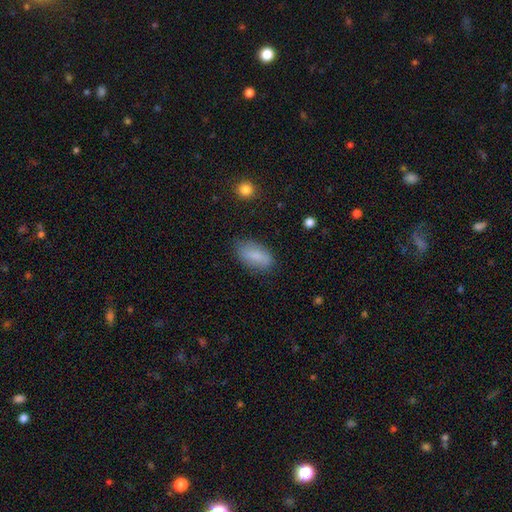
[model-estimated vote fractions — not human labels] This appears to be a smooth galaxy with no disk features (79%) that is in between round and cigar-shaped (90%). Merging: none (76%).